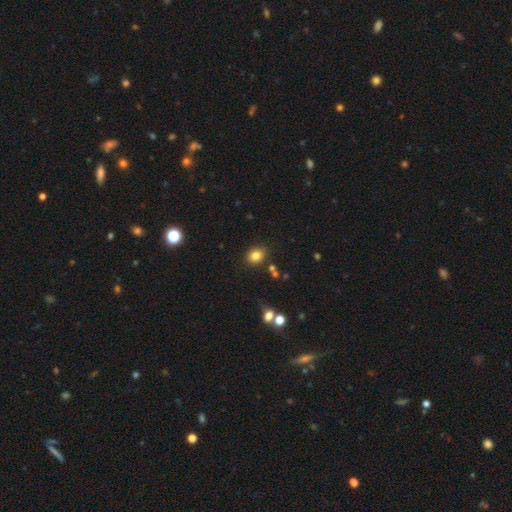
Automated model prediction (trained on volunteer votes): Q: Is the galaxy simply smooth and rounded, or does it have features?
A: smooth — 82%.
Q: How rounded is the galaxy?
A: round — 60%.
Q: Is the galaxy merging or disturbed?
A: none — 84%.